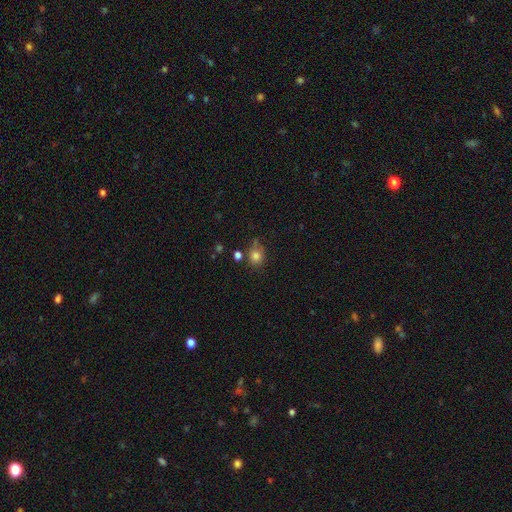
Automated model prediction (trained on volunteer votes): Morphology: type=smooth (81%); roundness=round (71%); merging=none (65%).